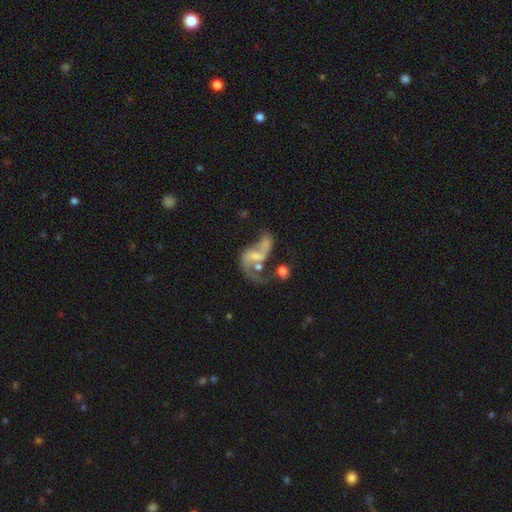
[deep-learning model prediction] Smooth or featured? Predicted: featured or disk (p=0.76). Edge-on disk? Predicted: no (p=0.97). Bar? Predicted: no (p=0.45). Spiral arms? Predicted: yes (p=0.79). Spiral winding? Predicted: loose (p=0.77). Spiral arm count? Predicted: 2 (p=0.73). Bulge size? Predicted: small (p=0.37). Merging? Predicted: merger (p=0.35).